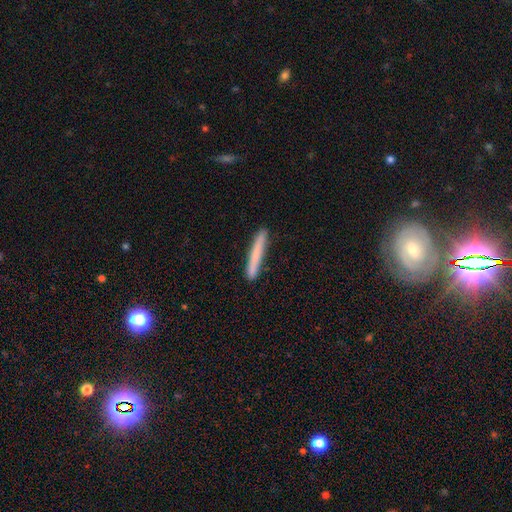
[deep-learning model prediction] Smooth or featured? Predicted: smooth (p=0.73). How rounded? Predicted: cigar-shaped (p=0.97). Merging? Predicted: none (p=0.90).